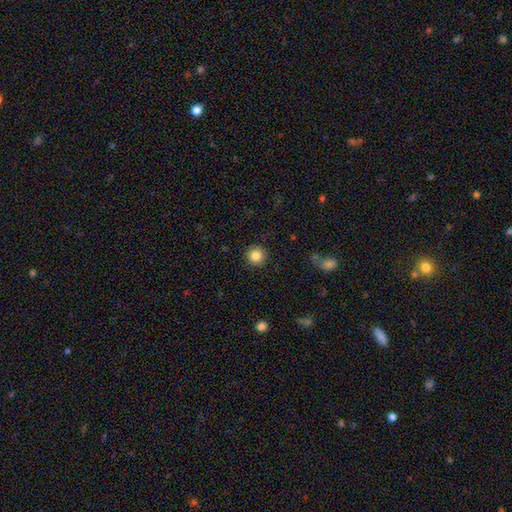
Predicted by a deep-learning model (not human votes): Smooth or featured? smooth (86%)
How rounded? round (95%)
Merging? none (90%)